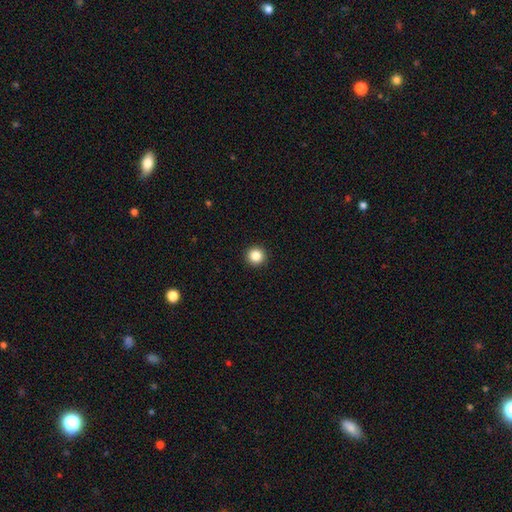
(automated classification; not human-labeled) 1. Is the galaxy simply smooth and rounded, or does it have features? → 85% smooth, 11% star or artifact, 4% featured or disk.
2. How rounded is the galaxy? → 96% round, 3% in between, 1% cigar-shaped.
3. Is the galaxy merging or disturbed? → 94% none, 4% minor disturbance, 1% major disturbance, 1% merger.